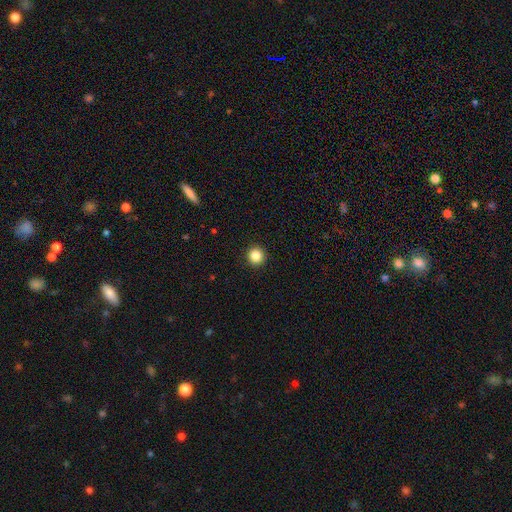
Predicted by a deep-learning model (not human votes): Smooth or featured? smooth (85%)
How rounded? round (94%)
Merging? none (93%)